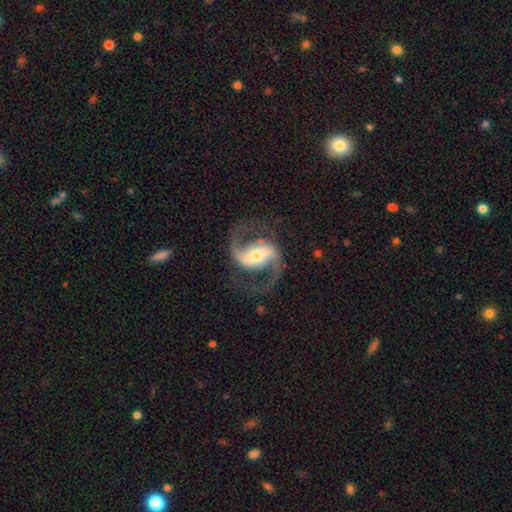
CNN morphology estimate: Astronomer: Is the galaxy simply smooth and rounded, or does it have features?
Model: featured or disk — 92%.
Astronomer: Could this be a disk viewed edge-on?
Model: no — 98%.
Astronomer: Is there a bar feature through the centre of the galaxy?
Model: strong — 48% (runner-up: weak, 34%).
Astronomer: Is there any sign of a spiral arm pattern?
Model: yes — 98%.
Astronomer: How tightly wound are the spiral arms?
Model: medium — 56% (runner-up: loose, 35%).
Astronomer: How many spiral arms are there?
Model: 2 — 94%.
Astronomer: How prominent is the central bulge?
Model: moderate — 58%.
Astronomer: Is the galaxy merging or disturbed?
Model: none — 80%.